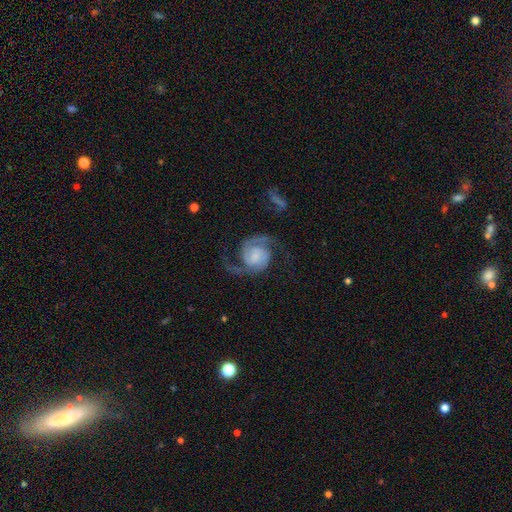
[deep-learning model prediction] Smooth or featured? featured or disk (88%)
Edge-on disk? no (98%)
Bar? no (50%)
Spiral arms? yes (98%)
Spiral winding? medium (50%)
Spiral arm count? 2 (93%)
Bulge size? small (34%)
Merging? none (72%)